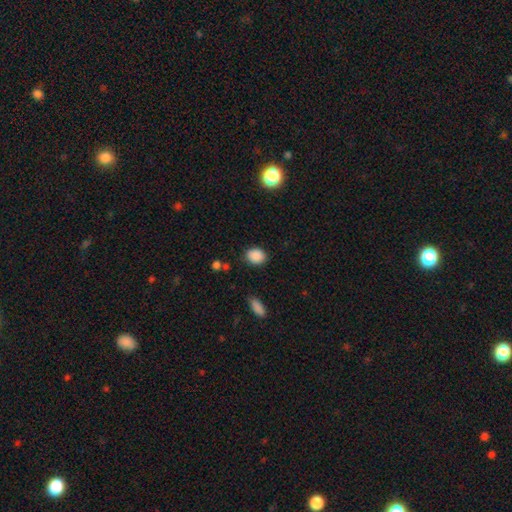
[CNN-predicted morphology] The model was most divided on "how rounded": in between: 55%, round: 44%, cigar-shaped: 1%. More confident: smooth or featured — smooth (88%); merging — none (85%).